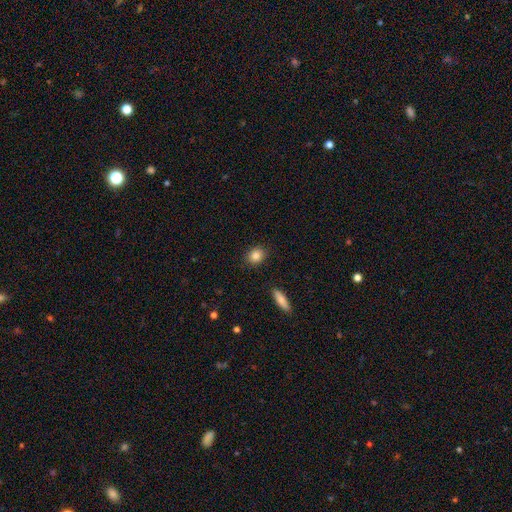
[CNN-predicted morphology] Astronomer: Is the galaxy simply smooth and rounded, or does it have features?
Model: smooth — 86%.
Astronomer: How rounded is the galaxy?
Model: round — 60% (runner-up: in between, 38%).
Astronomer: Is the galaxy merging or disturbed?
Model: none — 88%.